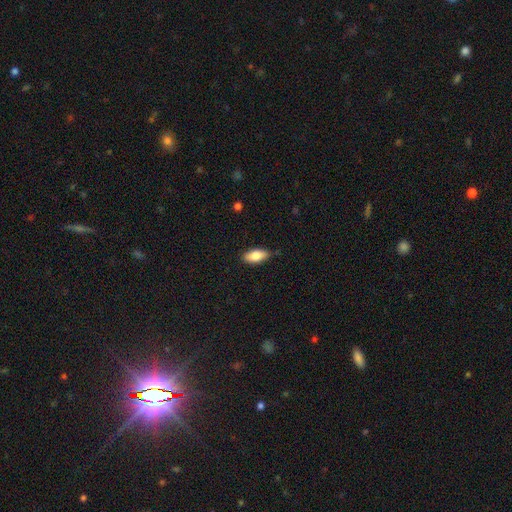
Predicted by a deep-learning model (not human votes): Smooth or featured? smooth (82%)
How rounded? in between (87%)
Merging? none (82%)